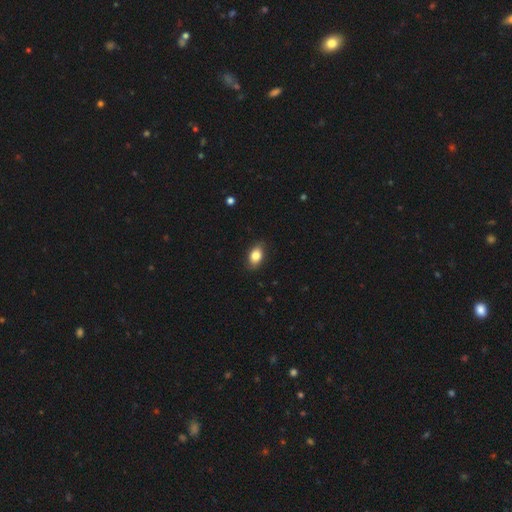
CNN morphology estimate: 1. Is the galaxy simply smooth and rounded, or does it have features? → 83% smooth, 9% featured or disk, 8% star or artifact.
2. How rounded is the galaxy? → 86% in between, 12% round, 2% cigar-shaped.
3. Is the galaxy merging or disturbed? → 86% none, 11% minor disturbance, 2% major disturbance, 1% merger.